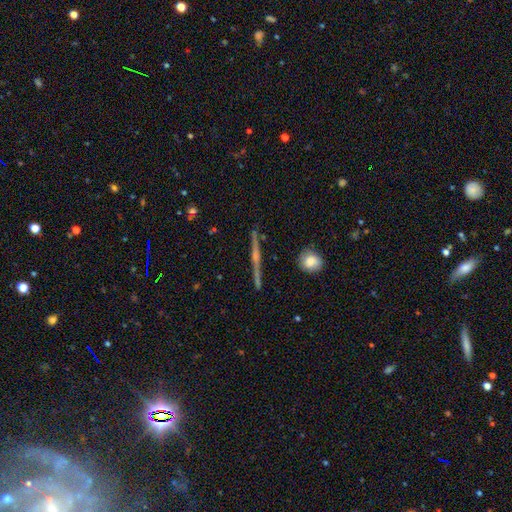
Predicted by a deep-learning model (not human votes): Smooth or featured? featured or disk (76%)
Edge-on disk? yes (97%)
Edge-on bulge? rounded (66%)
Merging? none (90%)